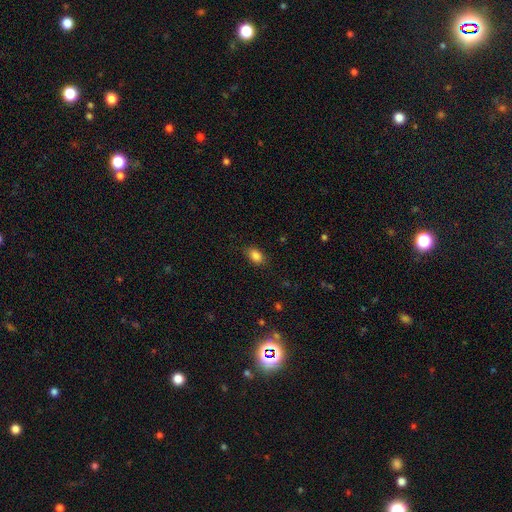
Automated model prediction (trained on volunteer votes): Q: Smooth or featured?
A: smooth (86%); runner-up: star or artifact (10%)
Q: How rounded?
A: in between (81%); runner-up: round (17%)
Q: Merging?
A: none (81%); runner-up: minor disturbance (14%)